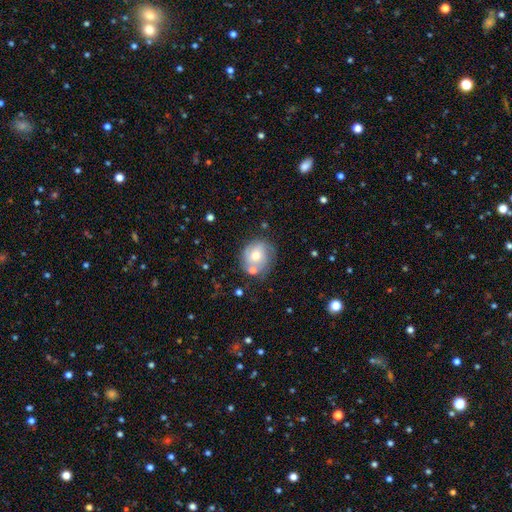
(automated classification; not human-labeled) A smooth galaxy with no disk features (47%).

Vote fractions:
- Smooth or featured? smooth: 47% / featured or disk: 45% / star or artifact: 8%
- Merging? none: 57% / minor disturbance: 21% / merger: 15% / major disturbance: 8%